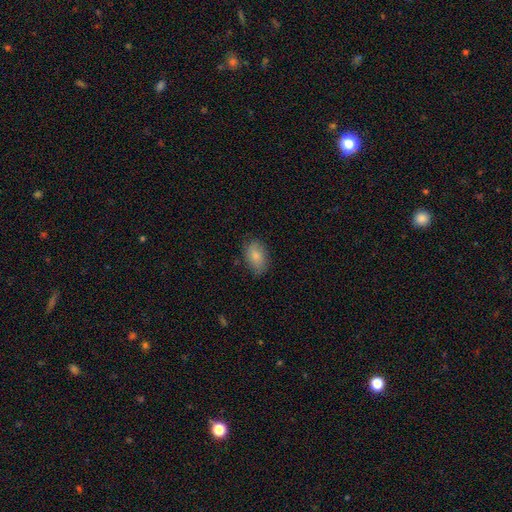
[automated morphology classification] Q: Smooth or featured?
A: smooth (81%); runner-up: featured or disk (12%)
Q: How rounded?
A: in between (88%); runner-up: round (10%)
Q: Merging?
A: none (77%); runner-up: minor disturbance (18%)